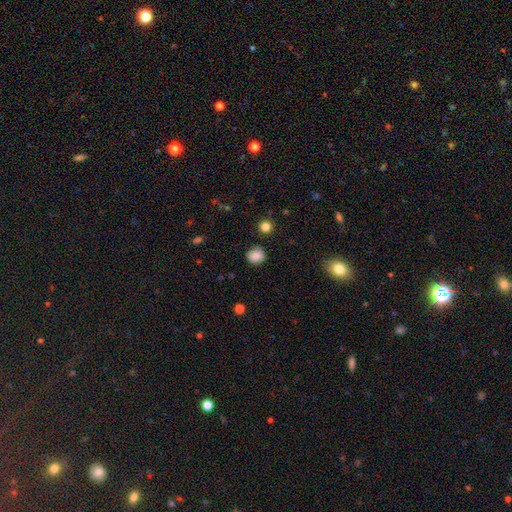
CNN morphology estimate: smooth_or_featured: smooth (p=0.81) [alt: star or artifact p=0.10]
how_rounded: round (p=0.76) [alt: in between p=0.23]
merging: none (p=0.81) [alt: minor disturbance p=0.13]